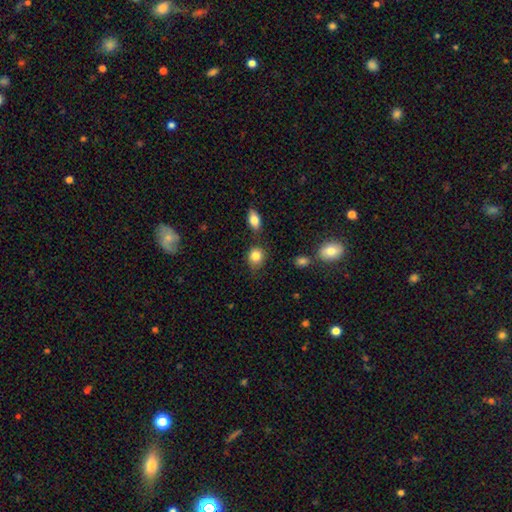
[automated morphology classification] Smooth or featured? smooth (85%)
How rounded? round (68%)
Merging? none (71%)